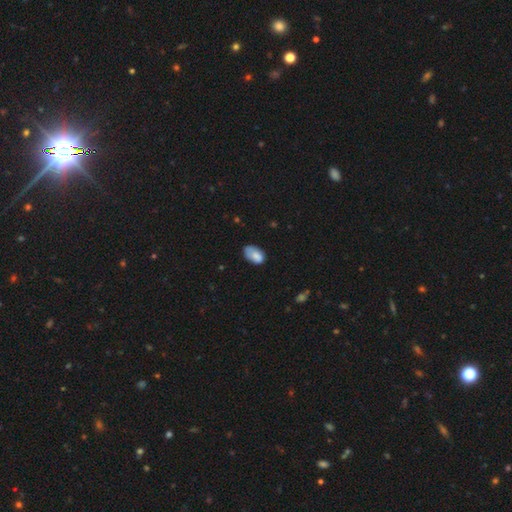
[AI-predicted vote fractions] smooth_or_featured: smooth (p=0.80) [alt: featured or disk p=0.12]
how_rounded: in between (p=0.90) [alt: round p=0.08]
merging: none (p=0.53) [alt: minor disturbance p=0.34]